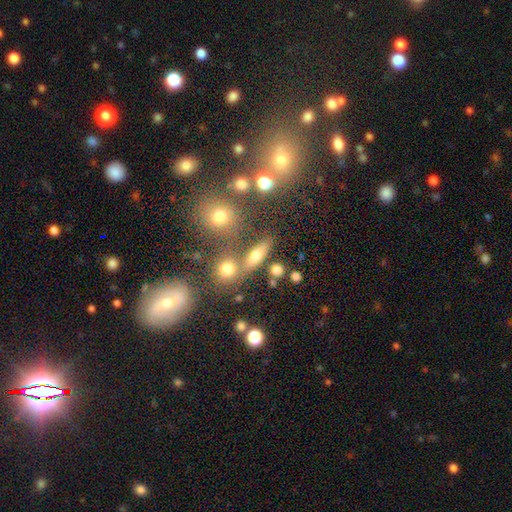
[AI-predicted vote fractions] The model was most divided on "how rounded": in between: 47%, cigar-shaped: 29%, round: 24%. More confident: merging — none (65%); smooth or featured — smooth (59%).